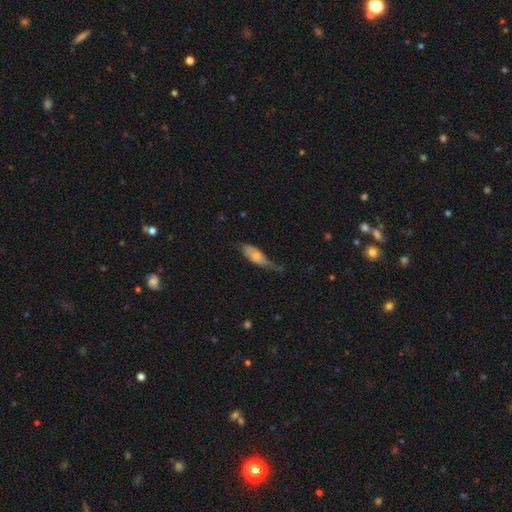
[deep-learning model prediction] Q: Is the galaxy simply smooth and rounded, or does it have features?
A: smooth — 60%.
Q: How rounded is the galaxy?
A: in between — 71%.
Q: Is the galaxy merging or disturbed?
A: minor disturbance — 40%.